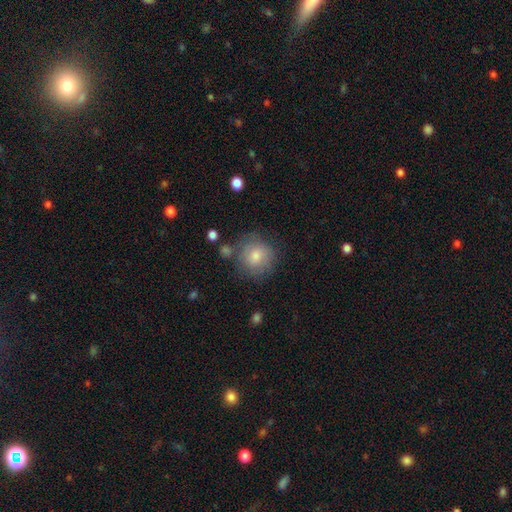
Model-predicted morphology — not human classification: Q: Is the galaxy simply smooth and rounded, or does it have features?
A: smooth — 69%.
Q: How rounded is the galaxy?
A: round — 90%.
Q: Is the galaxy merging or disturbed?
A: none — 74%.